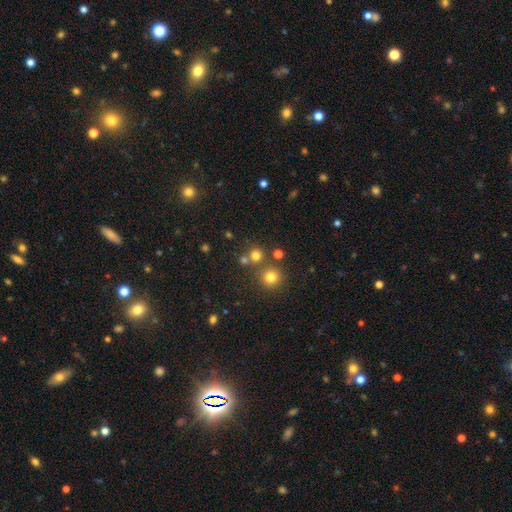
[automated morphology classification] This appears to be a smooth galaxy with no disk features (73%) that is round (90%). Merging: none (71%).